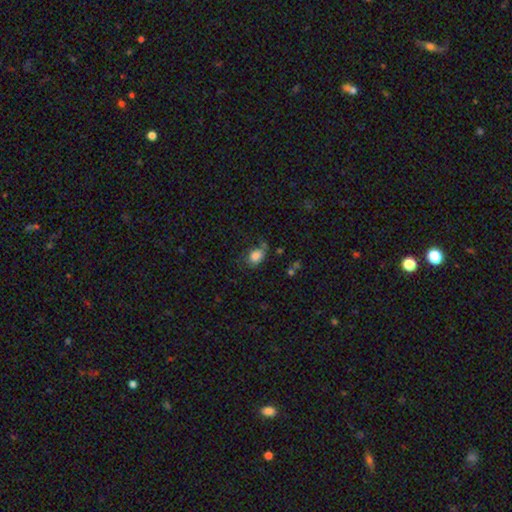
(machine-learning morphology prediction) Smooth or featured? smooth (83%)
How rounded? in between (69%)
Merging? none (57%)